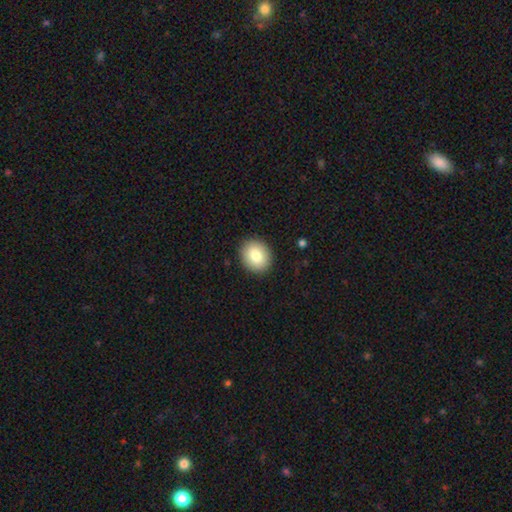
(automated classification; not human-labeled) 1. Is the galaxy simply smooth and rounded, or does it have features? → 82% smooth, 10% featured or disk, 8% star or artifact.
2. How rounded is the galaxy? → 65% round, 35% in between, 1% cigar-shaped.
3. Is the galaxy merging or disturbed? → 91% none, 7% minor disturbance, 2% major disturbance, 1% merger.